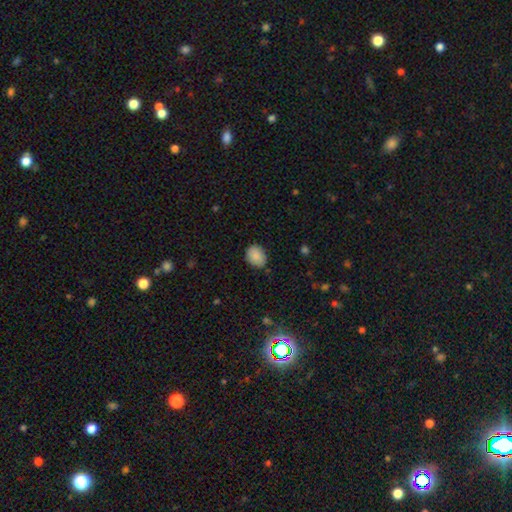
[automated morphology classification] smooth_or_featured: smooth (p=0.88) [alt: star or artifact p=0.08]
how_rounded: in between (p=0.58) [alt: round p=0.41]
merging: none (p=0.78) [alt: minor disturbance p=0.18]